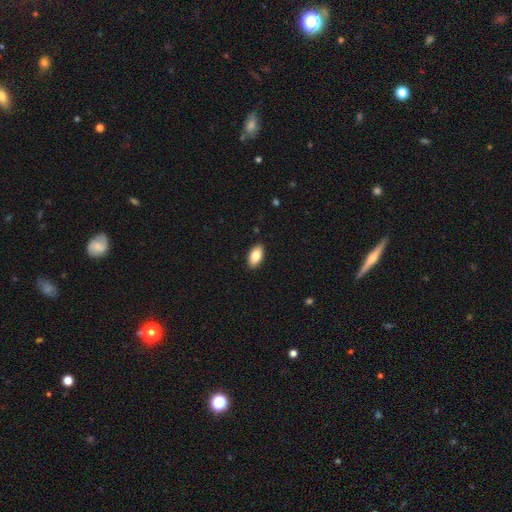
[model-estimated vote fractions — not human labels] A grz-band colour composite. It shows a smooth galaxy with no disk features (83%) that is in between round and cigar-shaped (94%). Merging: none (90%).